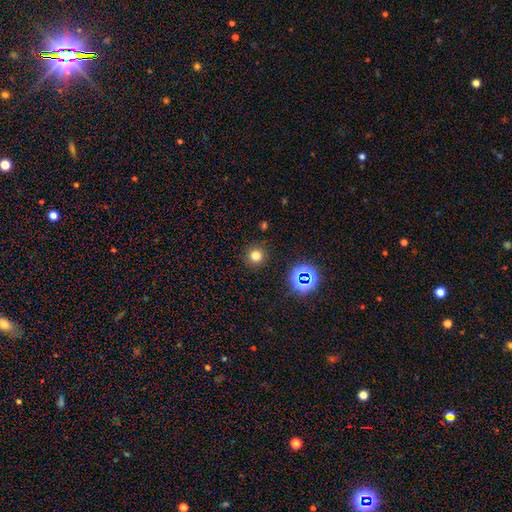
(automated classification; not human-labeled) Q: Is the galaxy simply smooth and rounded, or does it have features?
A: smooth — 73%.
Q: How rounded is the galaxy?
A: round — 94%.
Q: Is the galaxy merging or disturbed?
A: none — 89%.